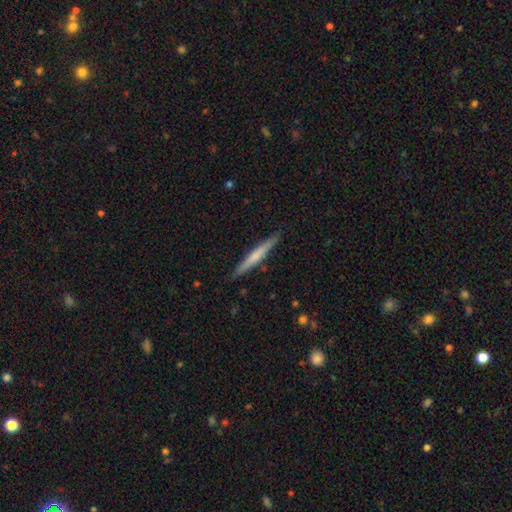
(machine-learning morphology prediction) smooth_or_featured: smooth (p=0.52) [alt: featured or disk p=0.43]
how_rounded: cigar-shaped (p=0.96) [alt: in between p=0.02]
merging: none (p=0.90) [alt: minor disturbance p=0.07]